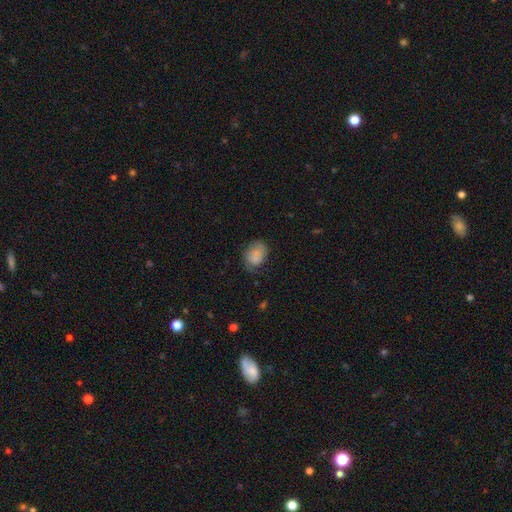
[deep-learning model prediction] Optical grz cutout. It shows a smooth galaxy with no disk features (74%) that is in between round and cigar-shaped (63%). Merging: none (58%).